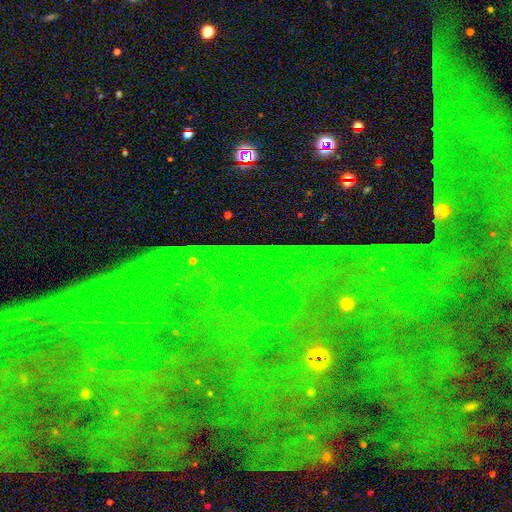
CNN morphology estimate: A star or artifact, not a galaxy (82%).